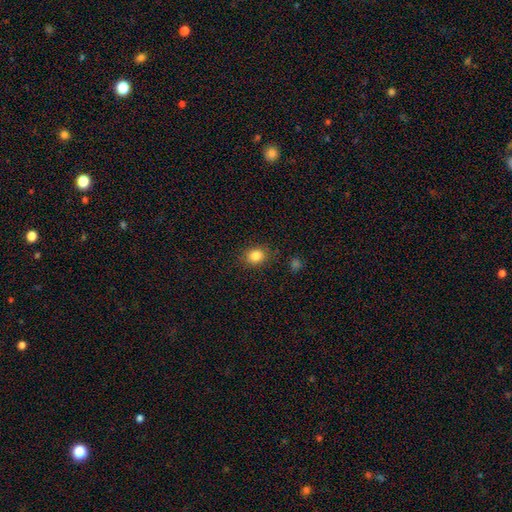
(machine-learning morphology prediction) Smooth or featured? smooth (84%)
How rounded? round (62%)
Merging? none (85%)